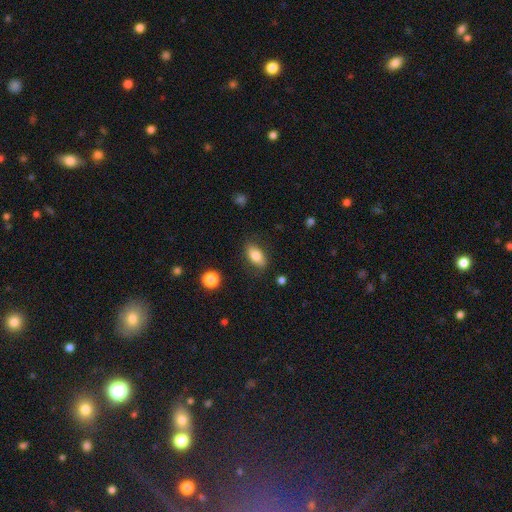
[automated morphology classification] smooth-or-featured: smooth: 79% | featured or disk: 13% | star or artifact: 8%
  how-rounded: in between: 87% | cigar-shaped: 7% | round: 6%
  merging: none: 83% | minor disturbance: 12% | major disturbance: 3% | merger: 2%